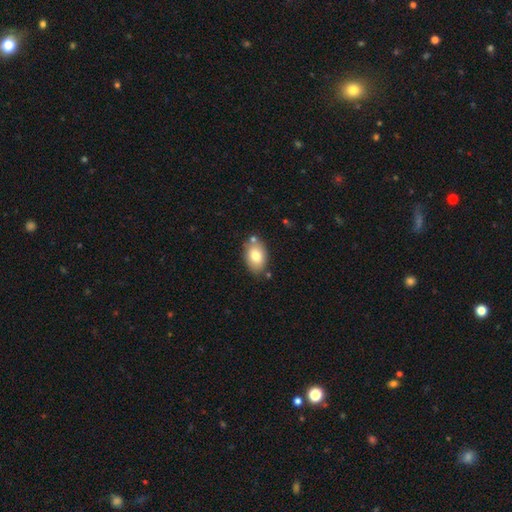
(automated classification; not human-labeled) smooth-or-featured: smooth: 78% | featured or disk: 14% | star or artifact: 8%
  how-rounded: in between: 87% | round: 12% | cigar-shaped: 1%
  merging: none: 76% | minor disturbance: 14% | merger: 8% | major disturbance: 3%